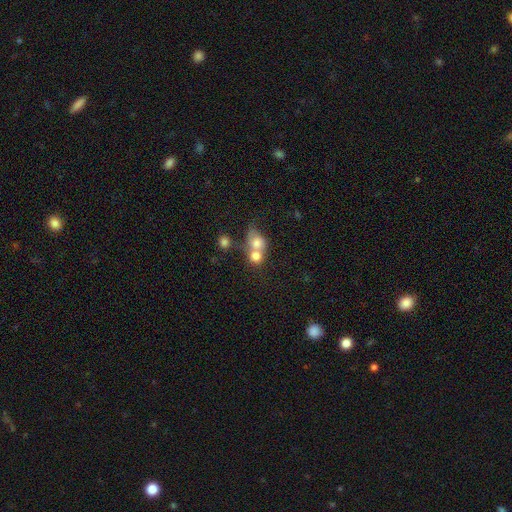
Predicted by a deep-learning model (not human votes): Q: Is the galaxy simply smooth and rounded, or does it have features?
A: smooth — 74%.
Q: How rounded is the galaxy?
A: round — 73%.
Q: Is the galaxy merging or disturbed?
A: merger — 68%.